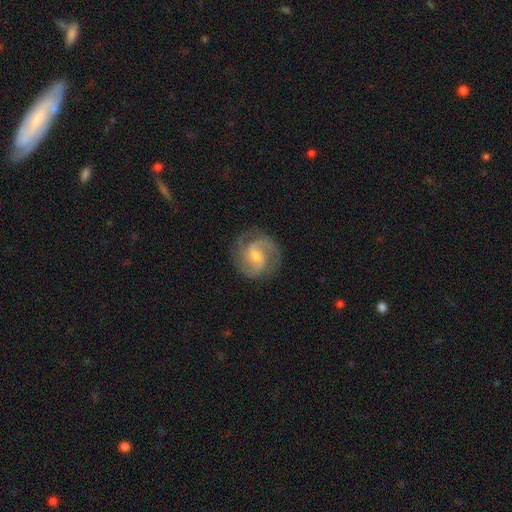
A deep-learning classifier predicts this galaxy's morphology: Smooth or featured? featured or disk (87%)
Edge-on disk? no (98%)
Bar? no (46%)
Spiral arms? yes (97%)
Spiral winding? medium (53%)
Spiral arm count? 2 (58%)
Bulge size? small (51%)
Merging? none (79%)